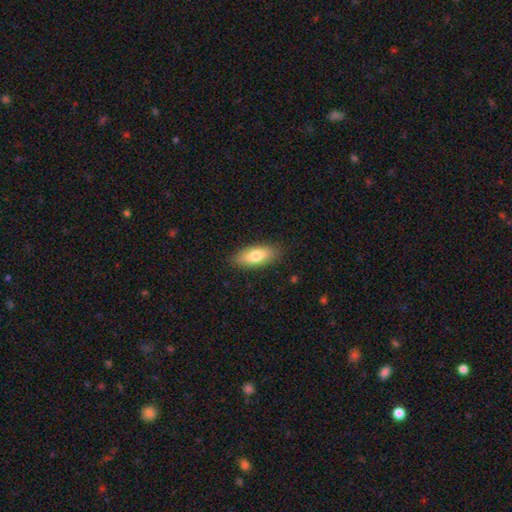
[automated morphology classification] Q: Smooth or featured?
A: smooth (76%); runner-up: featured or disk (18%)
Q: How rounded?
A: in between (78%); runner-up: cigar-shaped (20%)
Q: Merging?
A: none (87%); runner-up: minor disturbance (10%)